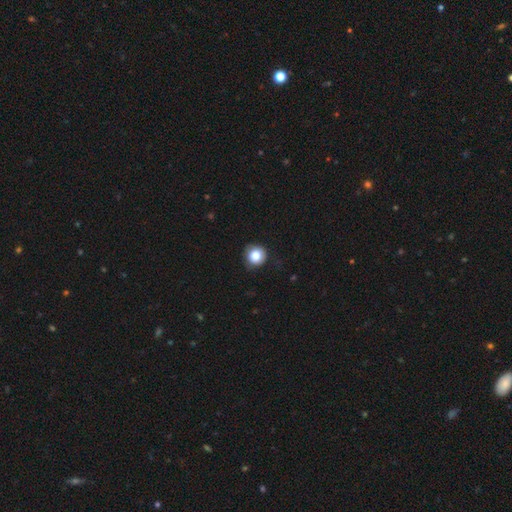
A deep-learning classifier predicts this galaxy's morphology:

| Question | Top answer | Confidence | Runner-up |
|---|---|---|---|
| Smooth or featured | smooth | 82% | star or artifact (10%) |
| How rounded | round | 93% | in between (6%) |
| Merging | none | 85% | minor disturbance (12%) |